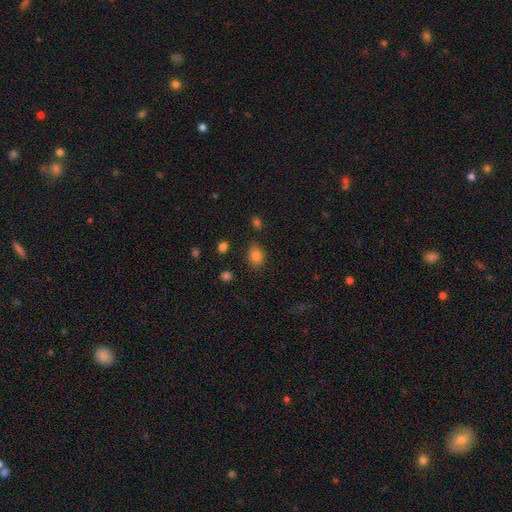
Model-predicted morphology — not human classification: This is clearly a smooth galaxy (83%). How rounded: likely in between (65%). Merging: likely none (75%).